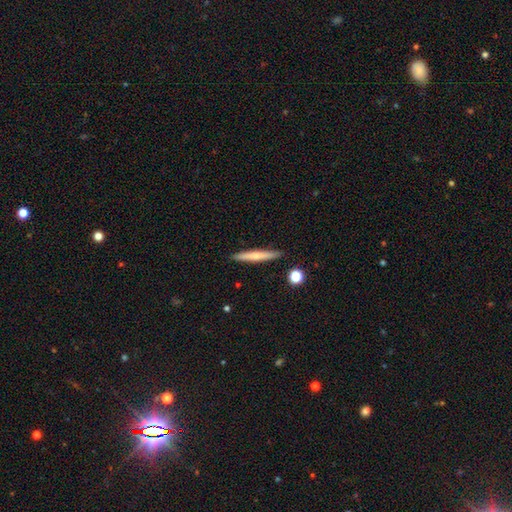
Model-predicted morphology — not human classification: This appears to be a smooth galaxy with no disk features (59%) that is cigar-shaped (95%). Merging: none (90%).